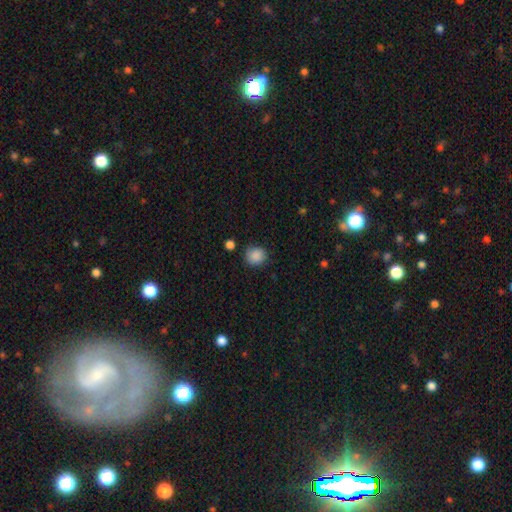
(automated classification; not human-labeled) Smooth or featured: smooth — 88% (star or artifact — 9%)
How rounded: round — 84% (in between — 15%)
Merging: none — 83% (minor disturbance — 12%)